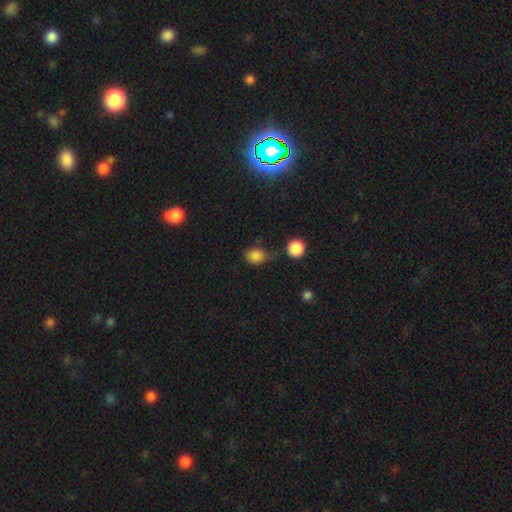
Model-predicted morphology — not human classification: Smooth or featured: smooth — 83% (star or artifact — 13%)
How rounded: in between — 49% (tied with round — 49%)
Merging: none — 54% (minor disturbance — 27%)